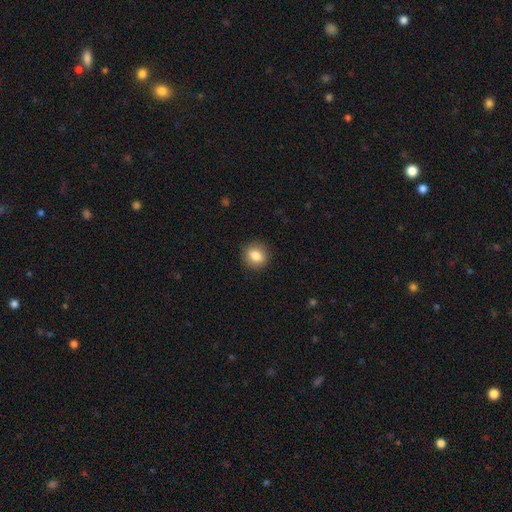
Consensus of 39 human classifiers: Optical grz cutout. It shows a smooth galaxy with no disk features (74%) that is round (83%). Merging: none (86%).